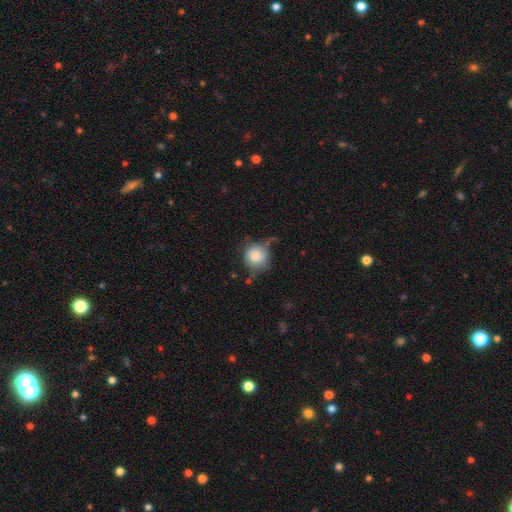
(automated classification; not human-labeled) Overall: smooth (82%). How rounded: round (90%). Merging: none (55%; minor disturbance 27%).